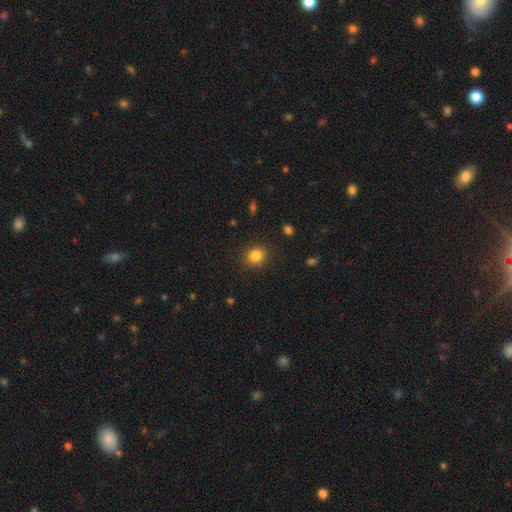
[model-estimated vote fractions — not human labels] The model was most divided on "how rounded": round: 80%, in between: 20%, cigar-shaped: 1%. More confident: merging — none (89%); smooth or featured — smooth (84%).